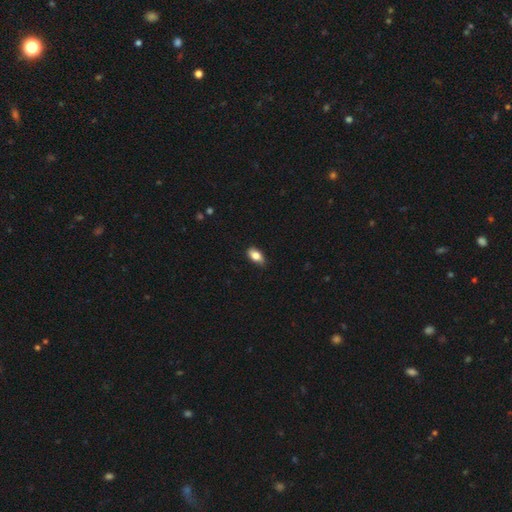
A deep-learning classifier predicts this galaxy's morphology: The model was most divided on "merging": none: 82%, minor disturbance: 15%, major disturbance: 2%, merger: 1%. More confident: how rounded — in between (90%); smooth or featured — smooth (81%).